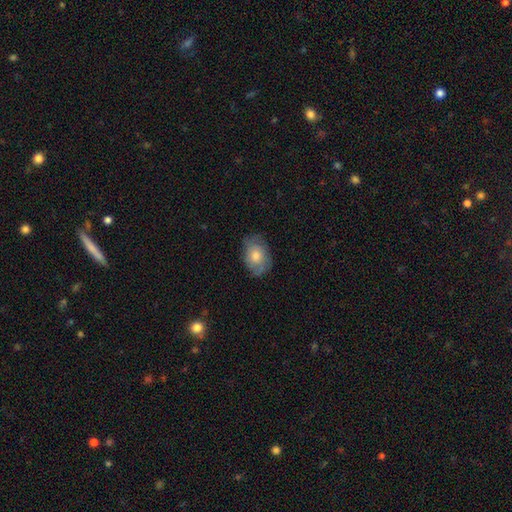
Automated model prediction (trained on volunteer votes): Q: Smooth or featured?
A: smooth (61%); runner-up: featured or disk (31%)
Q: How rounded?
A: in between (80%); runner-up: round (19%)
Q: Merging?
A: none (75%); runner-up: minor disturbance (19%)